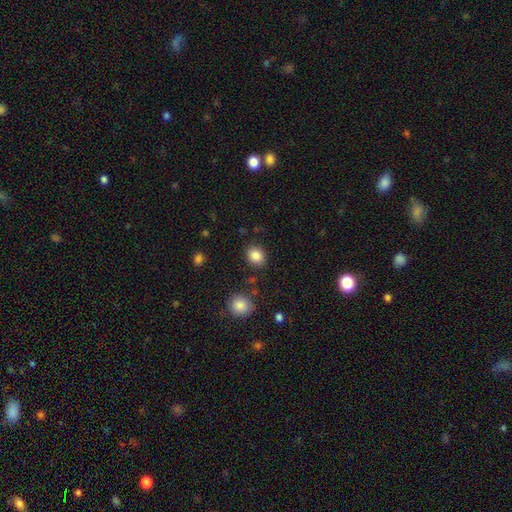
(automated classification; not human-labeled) A smooth galaxy with no disk features (86%) that is round (60%). Merging: none (86%).